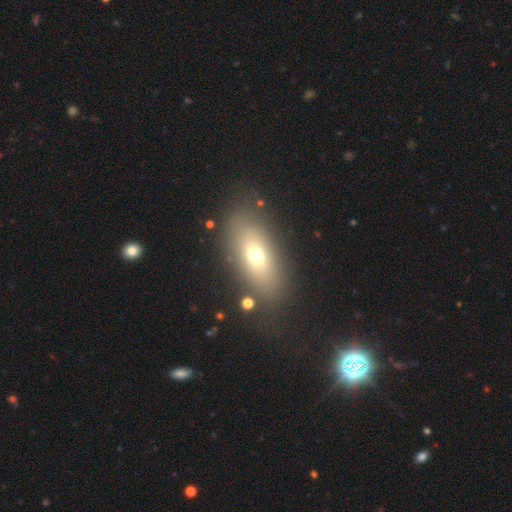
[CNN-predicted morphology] A smooth galaxy with no disk features (66%) that is in between round and cigar-shaped (80%). Merging: none (81%).